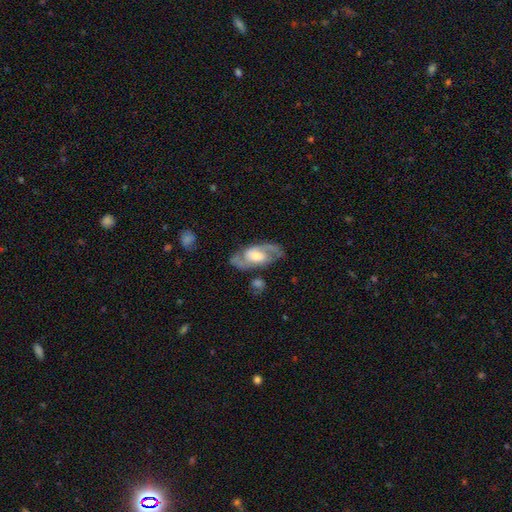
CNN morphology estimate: smooth_or_featured: featured or disk (p=0.78) [alt: smooth p=0.16]
disk_edge_on: no (p=0.92) [alt: yes p=0.08]
bar: no (p=0.43) [alt: weak p=0.40]
has_spiral_arms: yes (p=0.87) [alt: no p=0.13]
spiral_winding: medium (p=0.51) [alt: tight p=0.31]
spiral_arm_count: 2 (p=0.86) [alt: can't tell p=0.09]
bulge_size: moderate (p=0.57) [alt: small p=0.25]
merging: none (p=0.77) [alt: minor disturbance p=0.14]